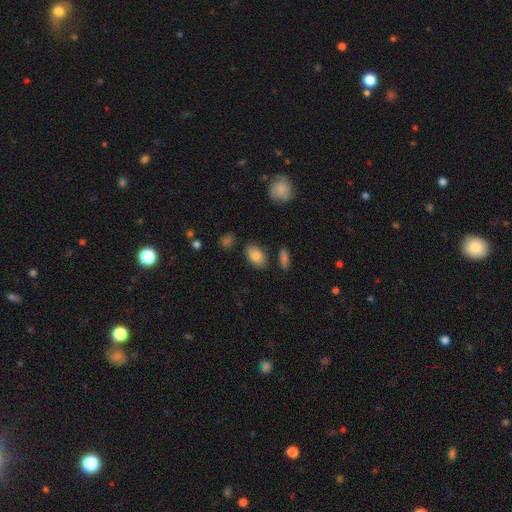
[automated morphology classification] Q: Smooth or featured?
A: smooth (84%); runner-up: featured or disk (8%)
Q: How rounded?
A: in between (90%); runner-up: round (8%)
Q: Merging?
A: none (81%); runner-up: minor disturbance (12%)